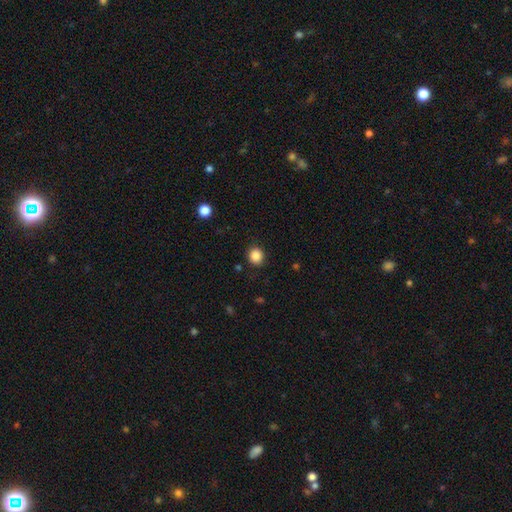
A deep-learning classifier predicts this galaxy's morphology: Overall: smooth (86%). How rounded: round (88%). Merging: none (90%).